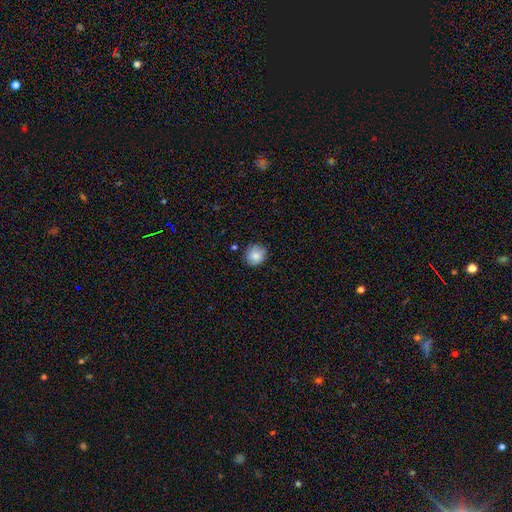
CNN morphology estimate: smooth 83%, featured or disk 9%, star or artifact 8%. Down the decision tree: how rounded — round (85%); merging — none (82%).